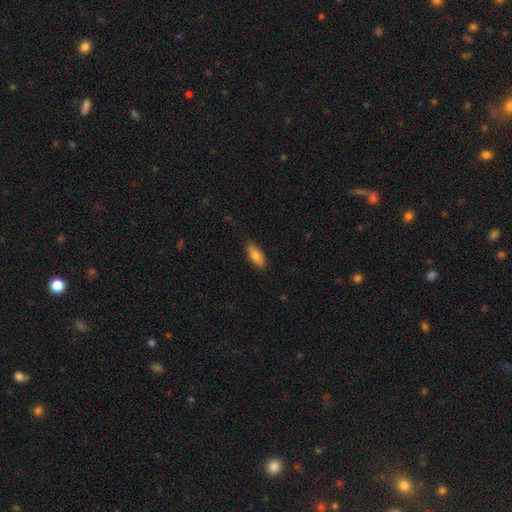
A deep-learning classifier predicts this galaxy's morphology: A smooth galaxy with no disk features (79%) that is in between round and cigar-shaped (73%).

Vote fractions:
- Smooth or featured? smooth: 79% / featured or disk: 15% / star or artifact: 6%
- How rounded? in between: 73% / cigar-shaped: 25% / round: 2%
- Merging? none: 86% / minor disturbance: 11% / major disturbance: 2% / merger: 1%